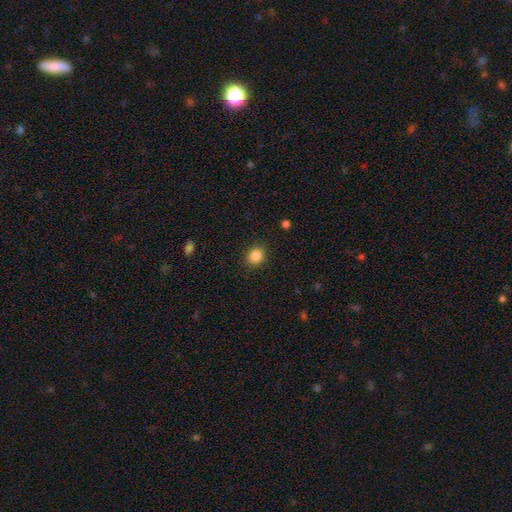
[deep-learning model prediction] Smooth or featured? smooth (86%)
How rounded? round (71%)
Merging? none (89%)